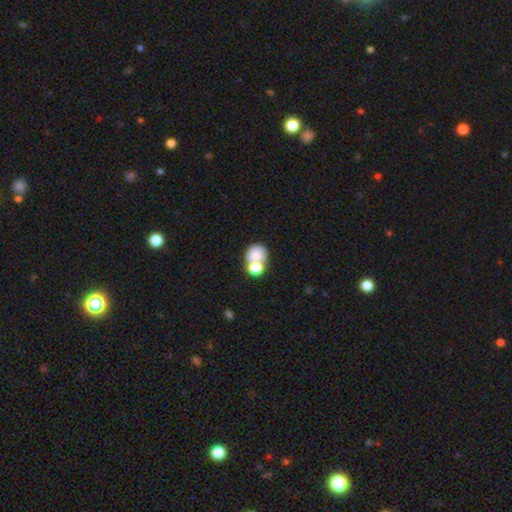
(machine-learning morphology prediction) A smooth galaxy with no disk features (75%) that is round (72%).

Vote fractions:
- Smooth or featured? smooth: 75% / featured or disk: 14% / star or artifact: 11%
- How rounded? round: 72% / in between: 27% / cigar-shaped: 1%
- Merging? merger: 51% / none: 35% / minor disturbance: 9% / major disturbance: 5%